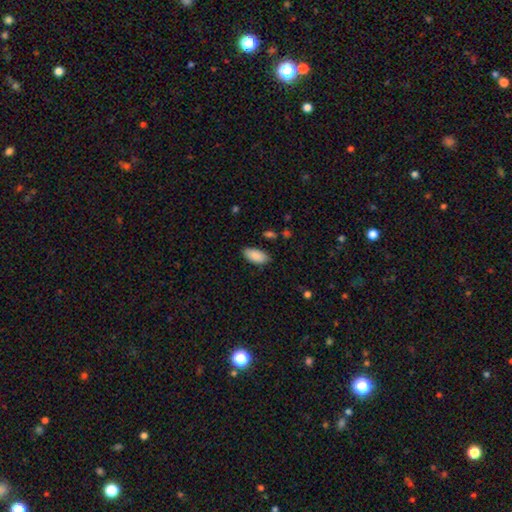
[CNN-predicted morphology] smooth_or_featured: smooth (p=0.89) [alt: star or artifact p=0.06]
how_rounded: in between (p=0.93) [alt: cigar-shaped p=0.05]
merging: none (p=0.84) [alt: minor disturbance p=0.12]